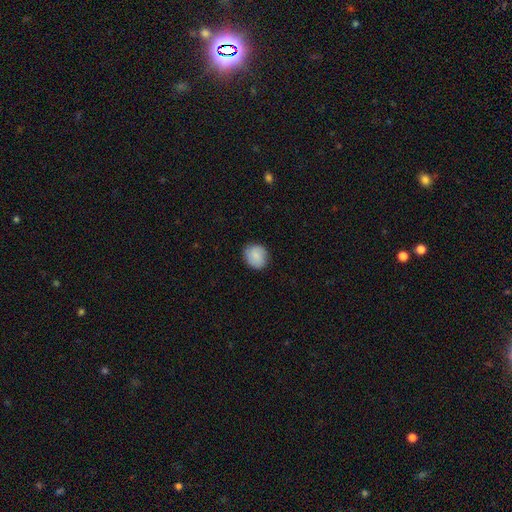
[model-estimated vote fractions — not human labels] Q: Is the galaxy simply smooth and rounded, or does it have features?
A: smooth — 85%.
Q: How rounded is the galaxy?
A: round — 77%.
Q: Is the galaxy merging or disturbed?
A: none — 85%.